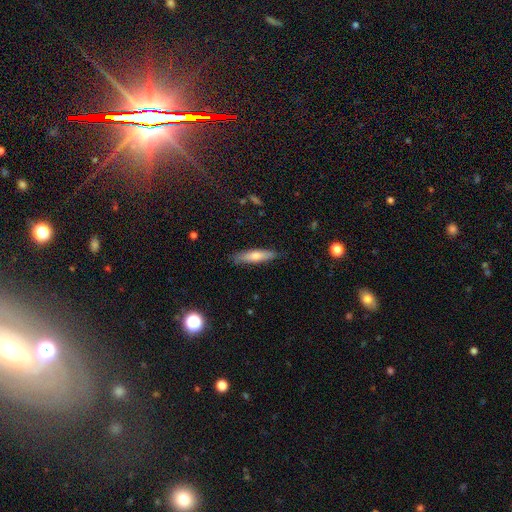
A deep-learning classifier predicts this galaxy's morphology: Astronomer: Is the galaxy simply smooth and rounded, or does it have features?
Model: smooth — 57% (runner-up: featured or disk, 36%).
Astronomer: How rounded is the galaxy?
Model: cigar-shaped — 82%.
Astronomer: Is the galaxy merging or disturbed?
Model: none — 86%.